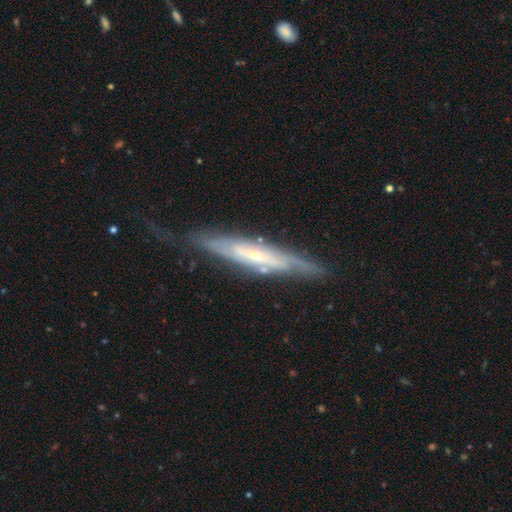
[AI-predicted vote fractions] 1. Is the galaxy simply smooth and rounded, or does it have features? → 76% featured or disk, 18% smooth, 6% star or artifact.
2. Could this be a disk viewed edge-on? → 63% yes, 37% no.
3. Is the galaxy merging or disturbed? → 62% none, 25% minor disturbance, 10% major disturbance, 3% merger.